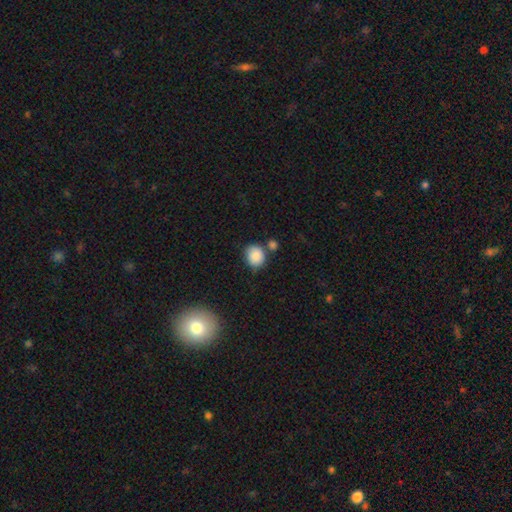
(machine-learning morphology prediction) Smooth or featured?
  - smooth: 87% *
  - star or artifact: 8%
  - featured or disk: 5%
How rounded?
  - round: 71% *
  - in between: 28%
  - cigar-shaped: 1%
Merging?
  - none: 63% *
  - merger: 18%
  - minor disturbance: 15%
  - major disturbance: 4%